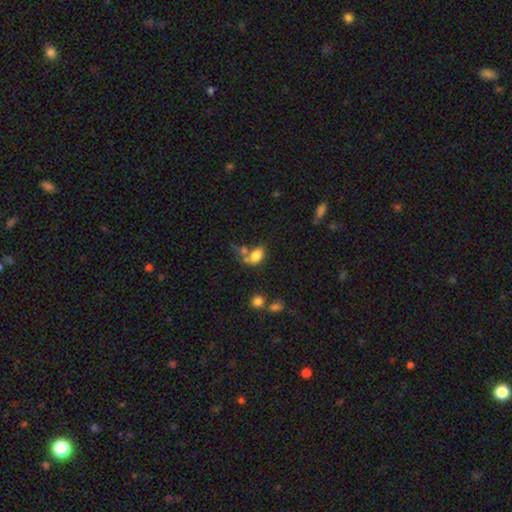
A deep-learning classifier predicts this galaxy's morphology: Smooth or featured? Predicted: smooth (p=0.80). How rounded? Predicted: in between (p=0.85). Merging? Predicted: none (p=0.43).